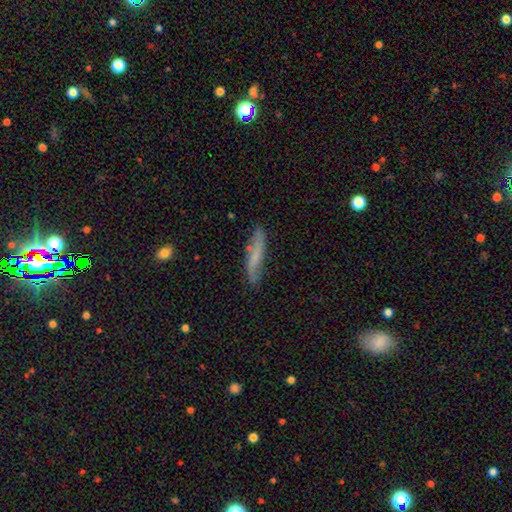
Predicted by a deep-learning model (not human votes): Smooth or featured? Predicted: smooth (p=0.46). Merging? Predicted: none (p=0.73).